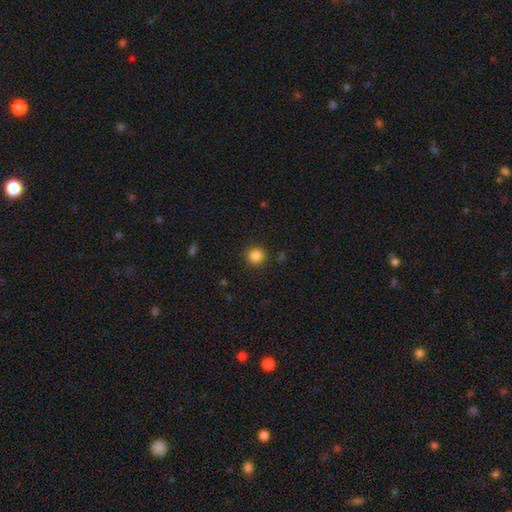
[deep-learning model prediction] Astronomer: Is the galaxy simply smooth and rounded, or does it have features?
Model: smooth — 86%.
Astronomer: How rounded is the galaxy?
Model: round — 95%.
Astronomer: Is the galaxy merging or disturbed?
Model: none — 90%.